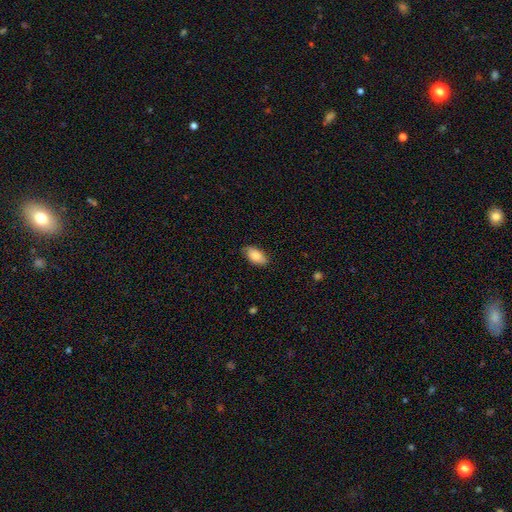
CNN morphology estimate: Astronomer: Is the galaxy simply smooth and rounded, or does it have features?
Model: smooth — 85%.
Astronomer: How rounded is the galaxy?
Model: in between — 93%.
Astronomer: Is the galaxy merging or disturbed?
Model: none — 82%.